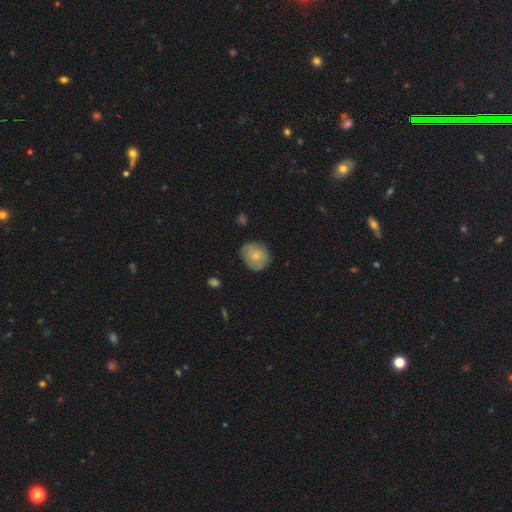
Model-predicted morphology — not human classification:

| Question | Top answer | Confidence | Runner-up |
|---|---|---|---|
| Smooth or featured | smooth | 73% | featured or disk (20%) |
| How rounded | round | 61% | in between (38%) |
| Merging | none | 73% | minor disturbance (21%) |